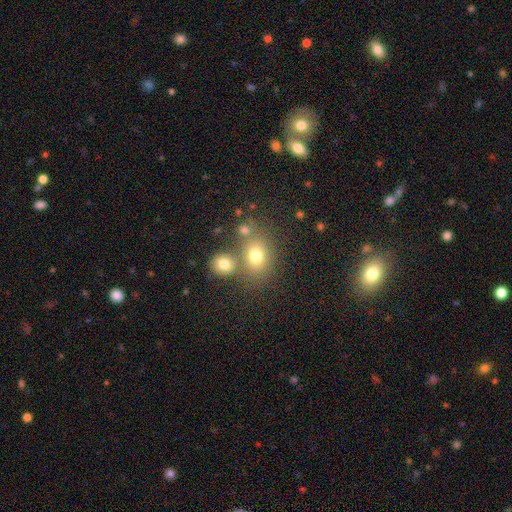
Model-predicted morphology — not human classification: type=smooth (74%); roundness=round (54%); merging=none (59%).